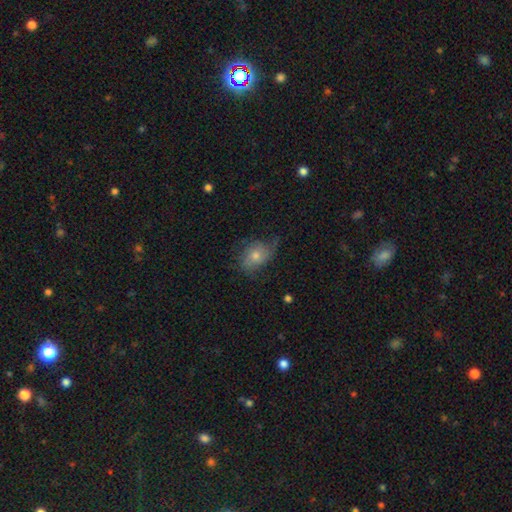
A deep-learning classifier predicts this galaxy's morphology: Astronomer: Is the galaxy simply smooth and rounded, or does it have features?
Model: smooth — 45% (runner-up: featured or disk, 44%).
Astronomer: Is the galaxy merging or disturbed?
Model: none — 53% (runner-up: minor disturbance, 29%).